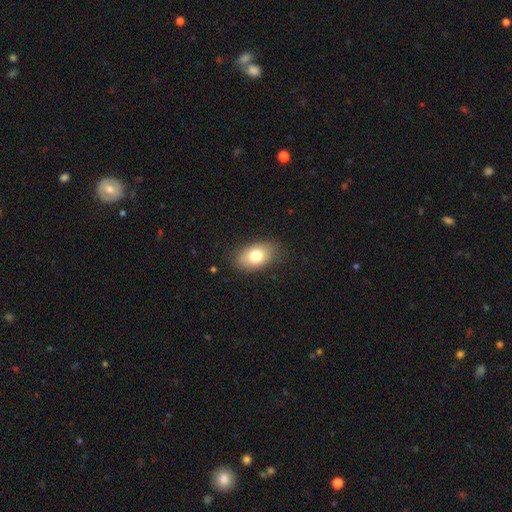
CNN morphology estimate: Overall: smooth (76%). How rounded: in between (88%). Merging: none (83%).